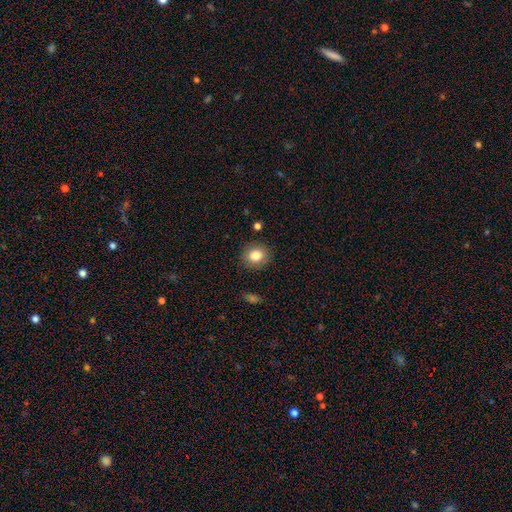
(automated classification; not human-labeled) The model was most divided on "how rounded": round: 76%, in between: 23%, cigar-shaped: 1%. More confident: merging — none (88%); smooth or featured — smooth (82%).